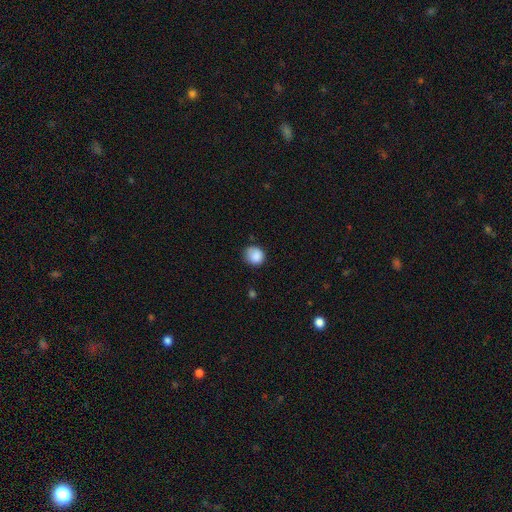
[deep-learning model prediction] Smooth or featured?
  - smooth: 86% *
  - star or artifact: 9%
  - featured or disk: 5%
How rounded?
  - round: 83% *
  - in between: 16%
  - cigar-shaped: 1%
Merging?
  - none: 70% *
  - minor disturbance: 23%
  - major disturbance: 5%
  - merger: 2%